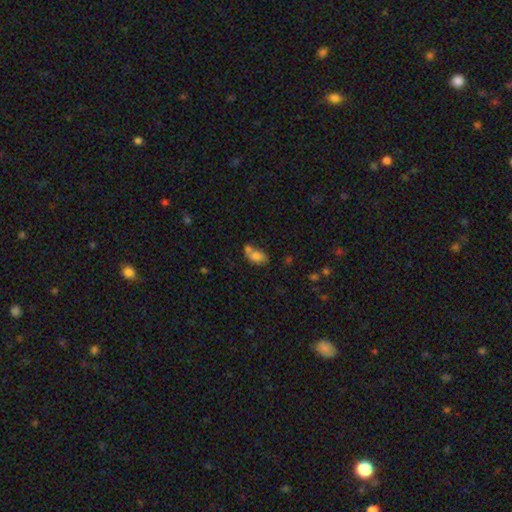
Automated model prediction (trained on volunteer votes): Smooth or featured? smooth (74%)
How rounded? in between (82%)
Merging? merger (44%)